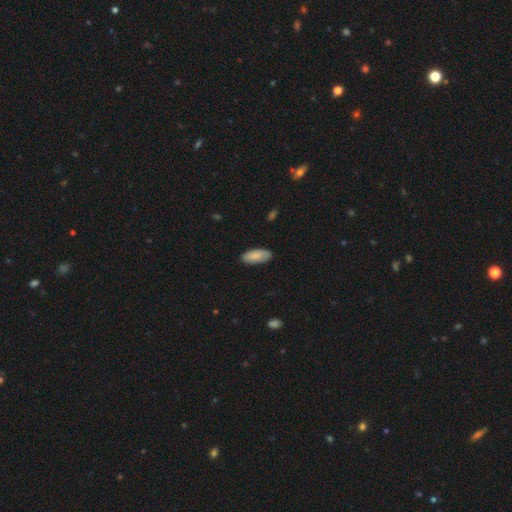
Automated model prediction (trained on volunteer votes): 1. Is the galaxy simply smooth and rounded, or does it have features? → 84% smooth, 10% featured or disk, 6% star or artifact.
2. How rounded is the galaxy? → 86% in between, 12% cigar-shaped, 2% round.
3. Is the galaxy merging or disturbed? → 86% none, 11% minor disturbance, 2% major disturbance, 1% merger.